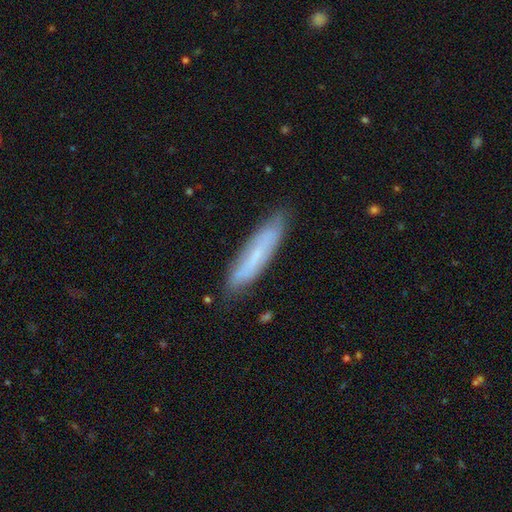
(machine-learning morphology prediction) smooth-or-featured: smooth: 52% | featured or disk: 40% | star or artifact: 8%
  how-rounded: cigar-shaped: 80% | in between: 19% | round: 1%
  merging: none: 81% | minor disturbance: 15% | major disturbance: 3% | merger: 2%